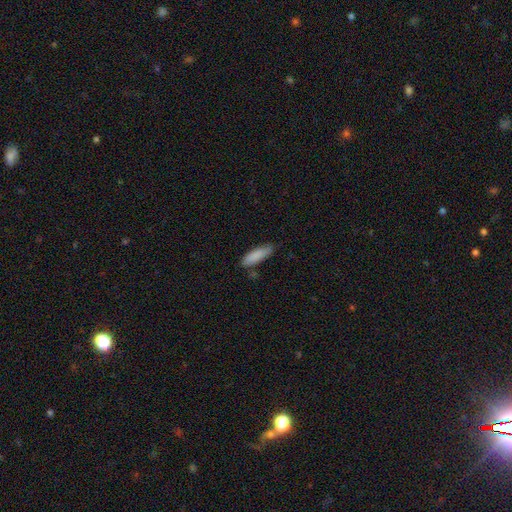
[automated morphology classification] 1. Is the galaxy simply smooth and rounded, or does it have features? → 86% smooth, 7% featured or disk, 6% star or artifact.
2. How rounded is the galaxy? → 50% in between, 49% cigar-shaped, 1% round.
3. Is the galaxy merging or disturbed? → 75% none, 18% minor disturbance, 4% merger, 3% major disturbance.